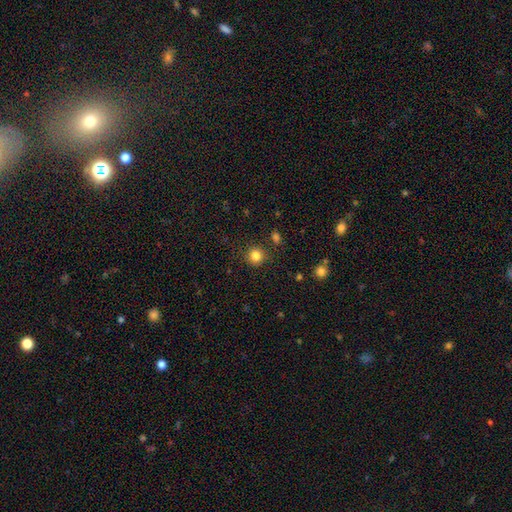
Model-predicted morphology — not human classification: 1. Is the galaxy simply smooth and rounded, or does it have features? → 83% smooth, 12% star or artifact, 5% featured or disk.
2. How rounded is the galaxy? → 92% round, 7% in between, 1% cigar-shaped.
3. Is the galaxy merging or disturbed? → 88% none, 7% minor disturbance, 3% major disturbance, 2% merger.